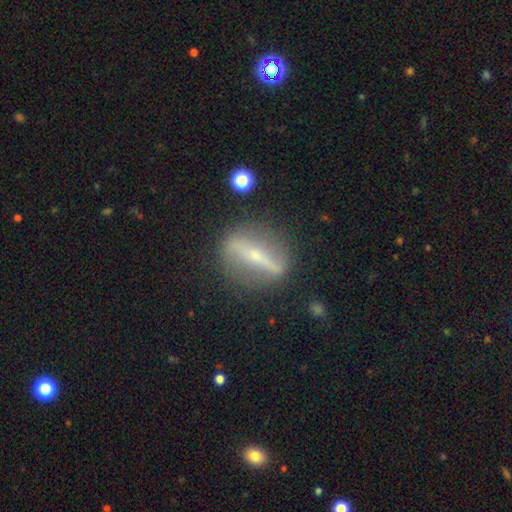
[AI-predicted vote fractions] The model was most divided on "edge-on disk": yes: 54%, no: 46%. More confident: merging — none (82%); smooth or featured — featured or disk (75%).